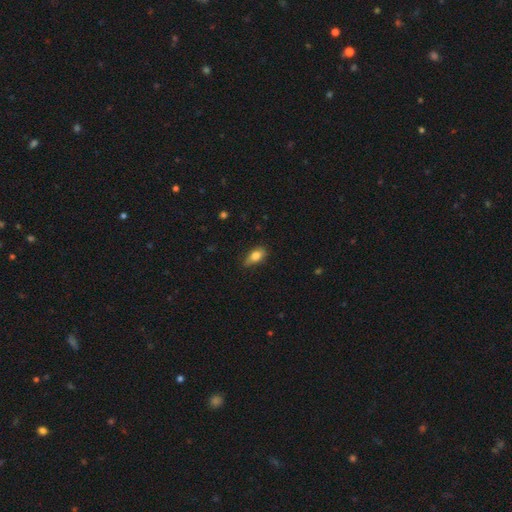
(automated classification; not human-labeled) Smooth or featured: smooth — 79% (featured or disk — 12%)
How rounded: in between — 83% (round — 10%)
Merging: none — 55% (minor disturbance — 35%)